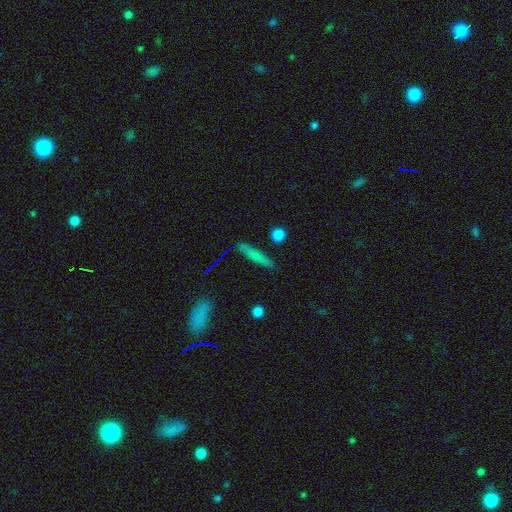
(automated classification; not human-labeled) Q: Smooth or featured?
A: smooth (69%); runner-up: featured or disk (22%)
Q: How rounded?
A: cigar-shaped (88%); runner-up: in between (9%)
Q: Merging?
A: none (86%); runner-up: minor disturbance (10%)